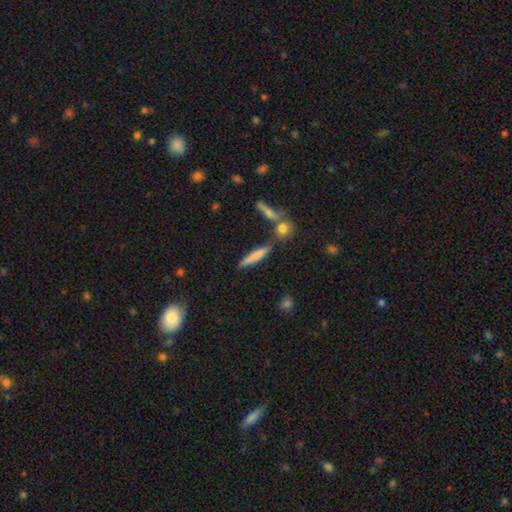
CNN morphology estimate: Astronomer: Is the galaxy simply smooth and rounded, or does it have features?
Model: smooth — 71%.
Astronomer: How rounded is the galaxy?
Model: cigar-shaped — 86%.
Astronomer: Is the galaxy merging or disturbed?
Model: none — 70%.